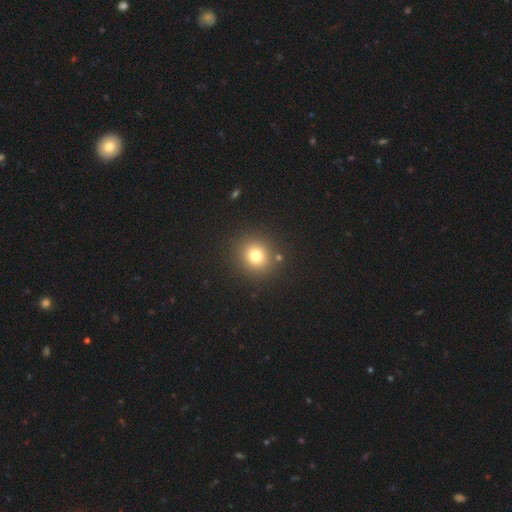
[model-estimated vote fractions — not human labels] A smooth galaxy with no disk features (76%) that is round (89%).

Vote fractions:
- Smooth or featured? smooth: 76% / star or artifact: 16% / featured or disk: 8%
- How rounded? round: 89% / in between: 10% / cigar-shaped: 1%
- Merging? none: 87% / minor disturbance: 6% / merger: 4% / major disturbance: 3%